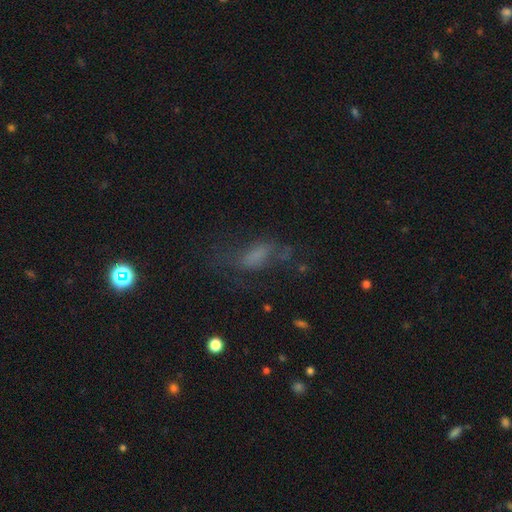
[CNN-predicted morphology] smooth 52%, featured or disk 29%, star or artifact 19%. Down the decision tree: how rounded — in between (74%); merging — none (39%).